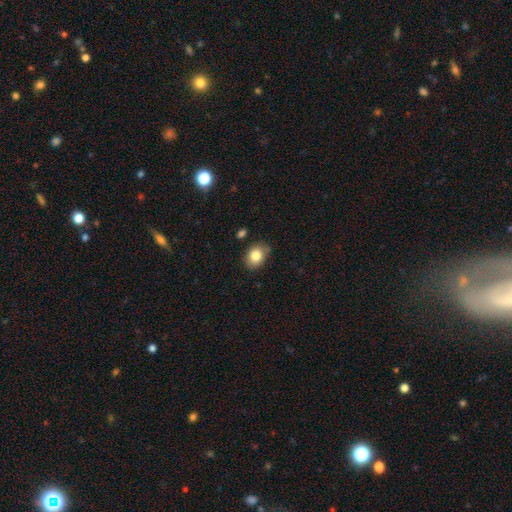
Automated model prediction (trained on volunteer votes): This is clearly a smooth galaxy (82%). How rounded: likely in between (61%). Merging: likely none (76%).